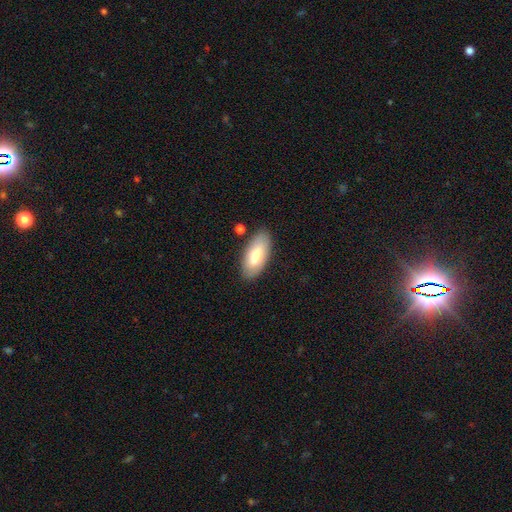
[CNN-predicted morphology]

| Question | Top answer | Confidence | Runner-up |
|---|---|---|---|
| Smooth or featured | smooth | 75% | featured or disk (19%) |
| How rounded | in between | 90% | cigar-shaped (8%) |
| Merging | none | 83% | minor disturbance (11%) |